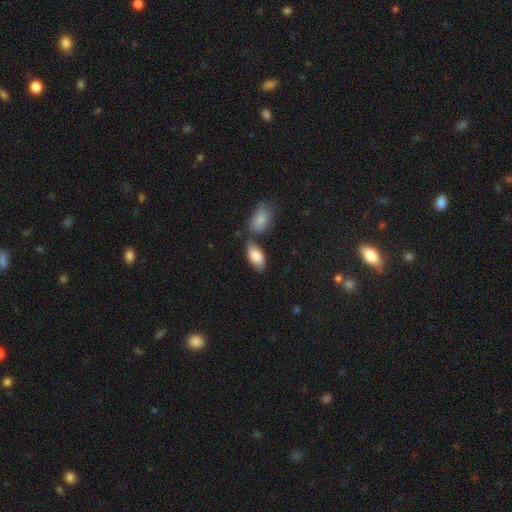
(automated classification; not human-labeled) This appears to be a smooth galaxy with no disk features (82%) that is in between round and cigar-shaped (91%). Merging: none (62%).